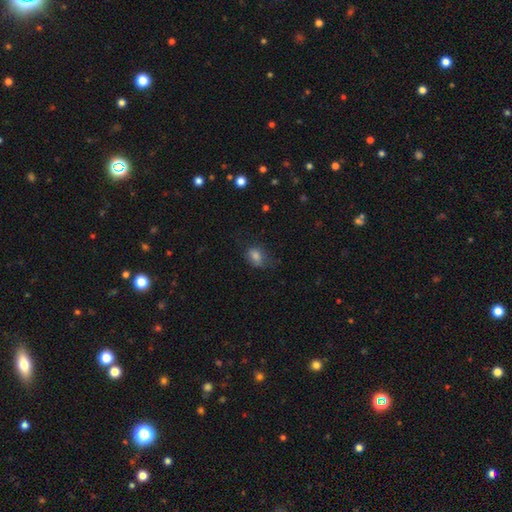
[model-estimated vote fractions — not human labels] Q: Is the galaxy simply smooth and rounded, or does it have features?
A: smooth — 76%.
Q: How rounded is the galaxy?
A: in between — 68%.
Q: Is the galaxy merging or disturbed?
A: none — 57%.